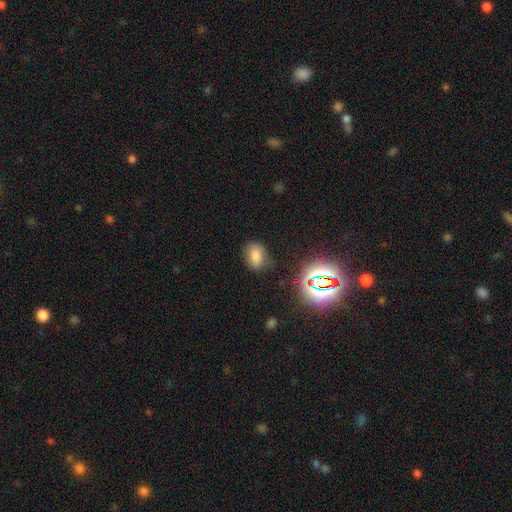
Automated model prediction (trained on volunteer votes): Q: Smooth or featured?
A: smooth (71%); runner-up: star or artifact (20%)
Q: How rounded?
A: in between (79%); runner-up: round (19%)
Q: Merging?
A: none (75%); runner-up: minor disturbance (17%)